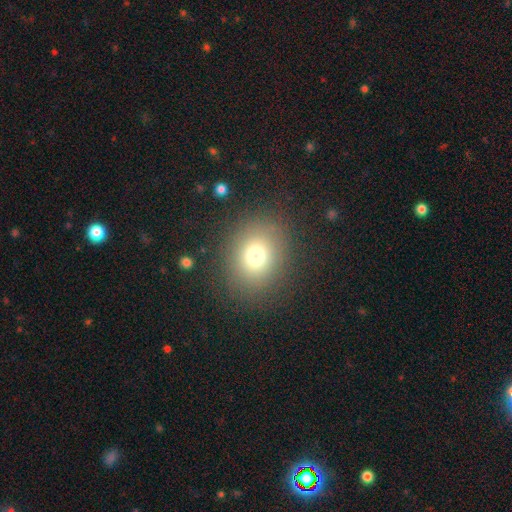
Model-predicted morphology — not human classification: smooth 74%, star or artifact 15%, featured or disk 11%. Down the decision tree: how rounded — round (63%); merging — none (84%).